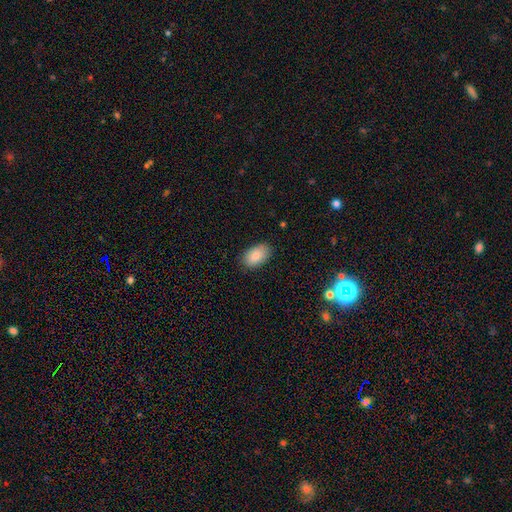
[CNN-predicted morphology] smooth-or-featured: smooth: 87% | featured or disk: 7% | star or artifact: 6%
  how-rounded: in between: 94% | round: 5% | cigar-shaped: 1%
  merging: none: 86% | minor disturbance: 11% | major disturbance: 2% | merger: 1%